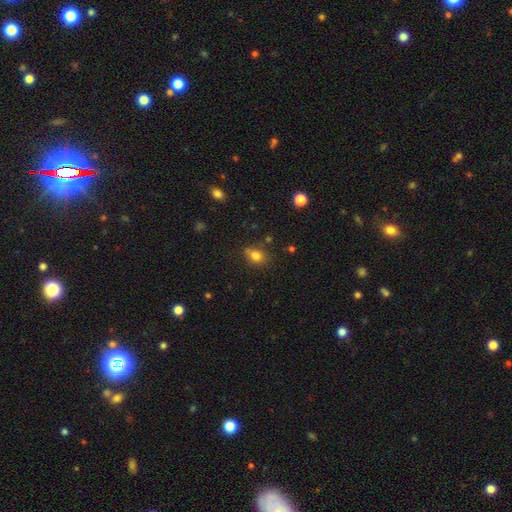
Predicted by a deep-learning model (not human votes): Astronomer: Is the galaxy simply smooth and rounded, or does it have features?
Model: smooth — 80%.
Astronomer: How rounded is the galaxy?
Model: in between — 62%.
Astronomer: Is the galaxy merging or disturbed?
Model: none — 64%.